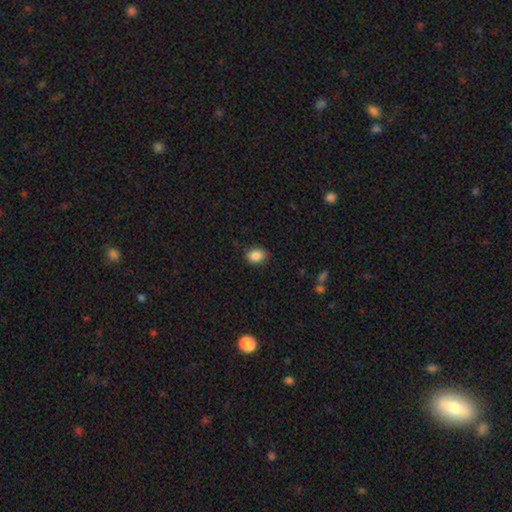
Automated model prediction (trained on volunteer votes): A smooth galaxy with no disk features (88%) that is in between round and cigar-shaped (69%).

Vote fractions:
- Smooth or featured? smooth: 88% / star or artifact: 9% / featured or disk: 4%
- How rounded? in between: 69% / round: 29% / cigar-shaped: 1%
- Merging? none: 82% / minor disturbance: 14% / major disturbance: 3% / merger: 1%